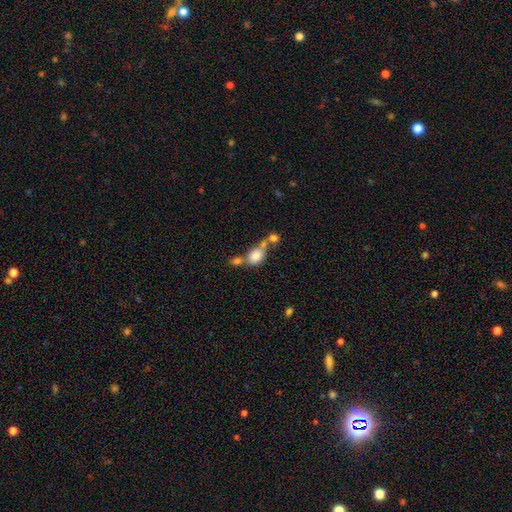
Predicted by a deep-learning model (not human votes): smooth_or_featured: smooth (p=0.79) [alt: featured or disk p=0.12]
how_rounded: round (p=0.50) [alt: in between p=0.48]
merging: merger (p=0.53) [alt: none p=0.30]